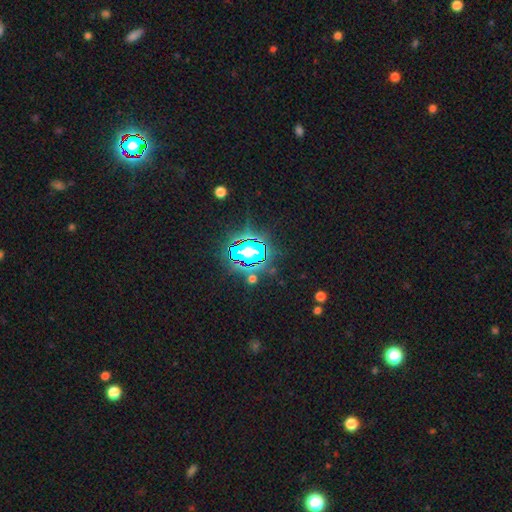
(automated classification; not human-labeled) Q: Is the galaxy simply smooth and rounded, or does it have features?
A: star or artifact — 81%.